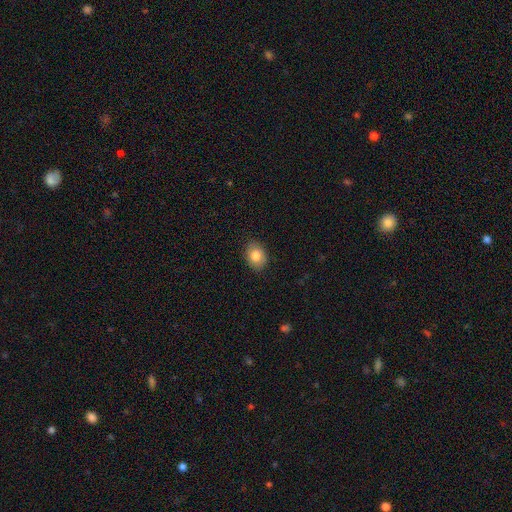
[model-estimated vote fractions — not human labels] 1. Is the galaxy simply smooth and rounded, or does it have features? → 83% smooth, 9% featured or disk, 8% star or artifact.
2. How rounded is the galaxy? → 66% in between, 33% round, 1% cigar-shaped.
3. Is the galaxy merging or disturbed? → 86% none, 11% minor disturbance, 2% major disturbance, 1% merger.